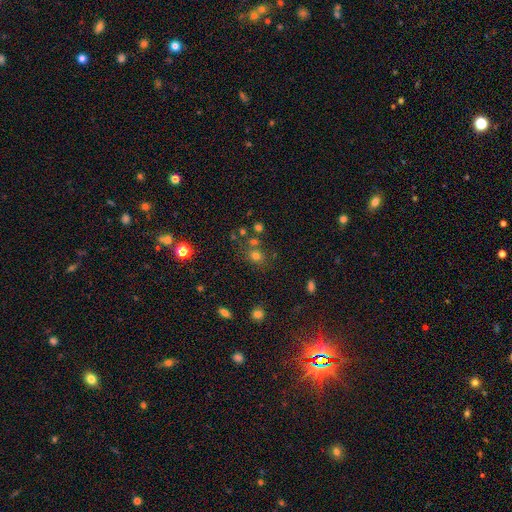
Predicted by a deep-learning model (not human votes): Smooth or featured?
  - smooth: 70% *
  - star or artifact: 21%
  - featured or disk: 9%
How rounded?
  - round: 72% *
  - in between: 27%
  - cigar-shaped: 1%
Merging?
  - none: 65% *
  - merger: 18%
  - minor disturbance: 11%
  - major disturbance: 5%